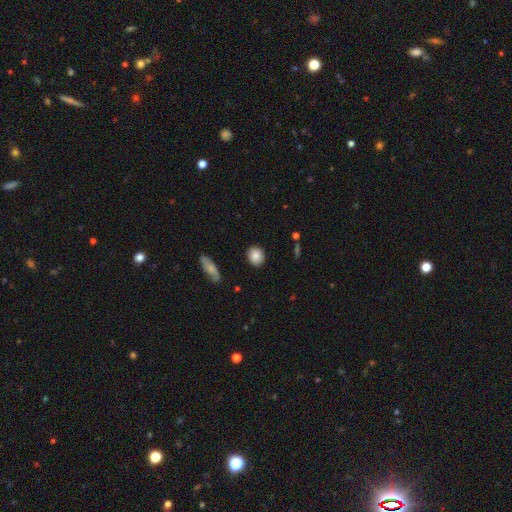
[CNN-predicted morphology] Overall: smooth (85%). How rounded: round (76%). Merging: none (89%).